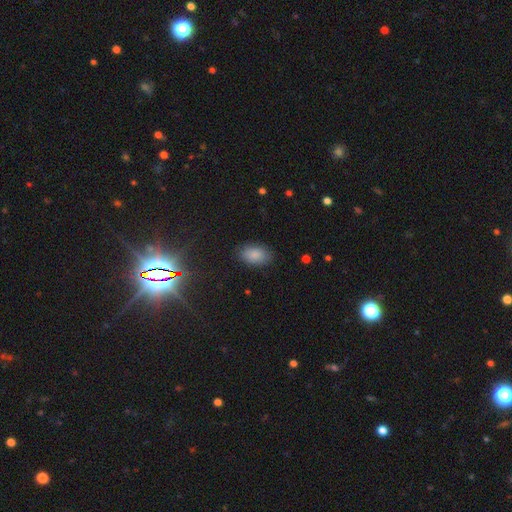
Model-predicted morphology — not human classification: smooth_or_featured: smooth (p=0.74) [alt: star or artifact p=0.20]
how_rounded: in between (p=0.90) [alt: round p=0.08]
merging: none (p=0.86) [alt: minor disturbance p=0.10]